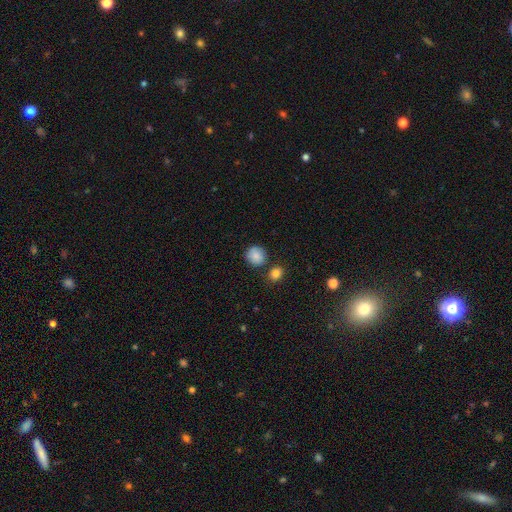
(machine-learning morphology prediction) This is clearly a smooth galaxy (86%). How rounded: clearly round (89%). Merging: likely none (79%).